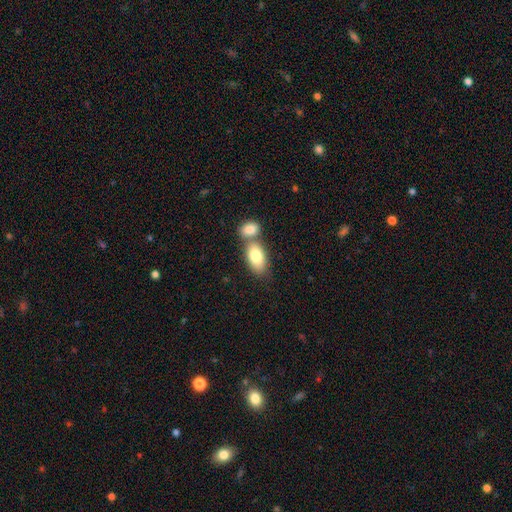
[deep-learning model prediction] Smooth or featured? smooth (80%)
How rounded? in between (92%)
Merging? merger (50%)